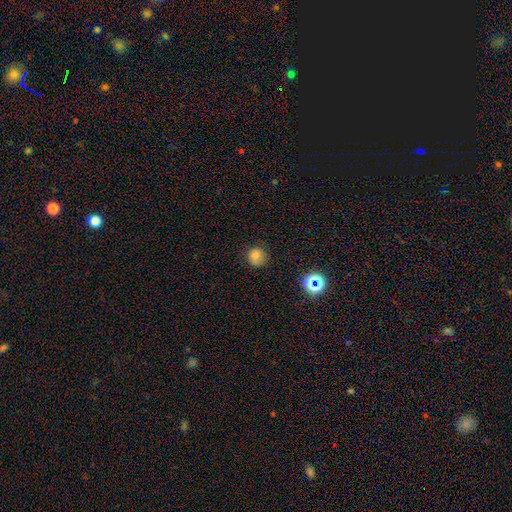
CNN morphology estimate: This is likely a smooth galaxy (75%). How rounded: clearly round (89%). Merging: likely none (77%).